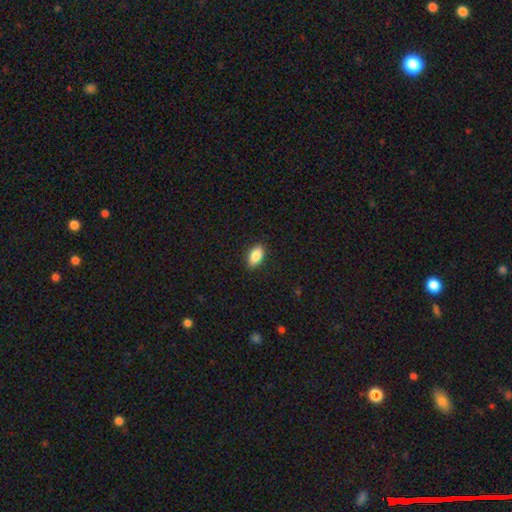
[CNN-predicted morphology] Smooth or featured? smooth (86%)
How rounded? in between (91%)
Merging? none (88%)